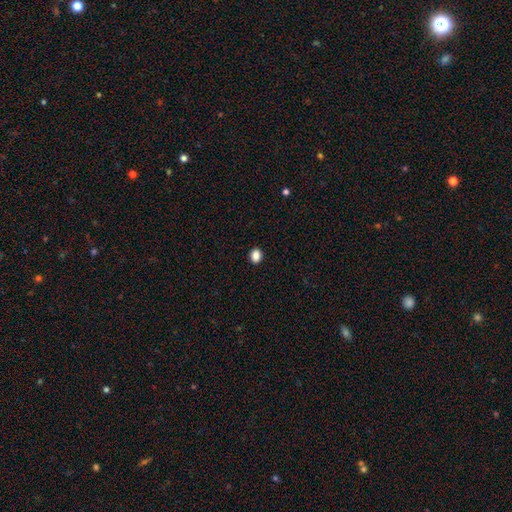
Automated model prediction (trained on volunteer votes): Smooth or featured? Predicted: smooth (p=0.87). How rounded? Predicted: round (p=0.52). Merging? Predicted: none (p=0.92).